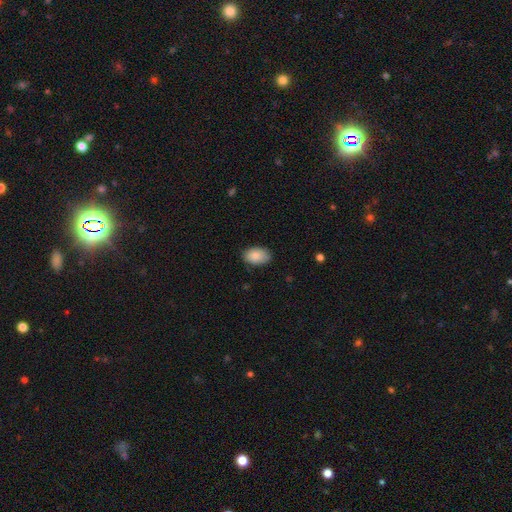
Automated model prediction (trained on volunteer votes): Overall: smooth (86%). How rounded: in between (89%). Merging: none (79%).